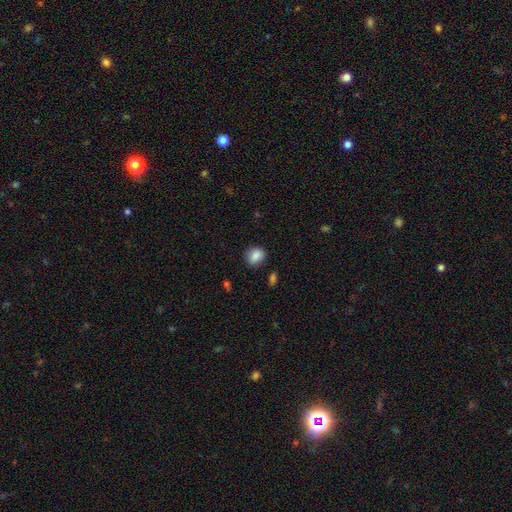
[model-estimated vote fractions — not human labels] Morphology: type=smooth (86%); roundness=round (63%); merging=none (84%).